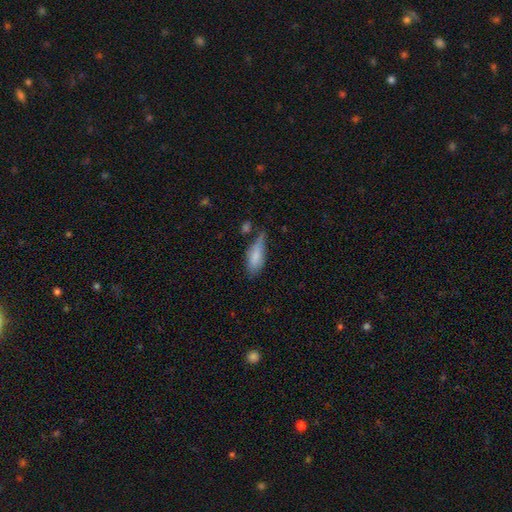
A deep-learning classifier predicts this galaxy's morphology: Smooth or featured: smooth — 78% (featured or disk — 15%)
How rounded: in between — 74% (cigar-shaped — 24%)
Merging: none — 41% (minor disturbance — 36%)